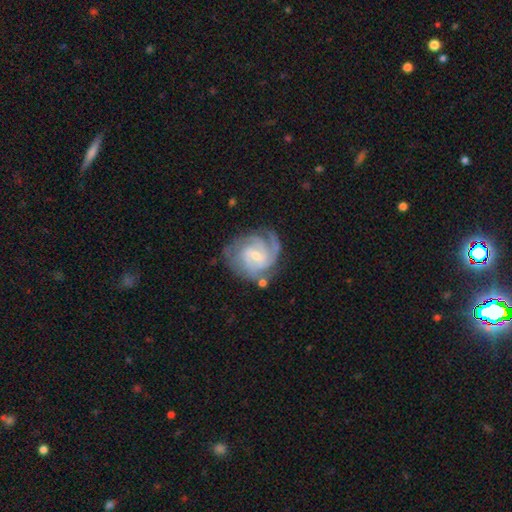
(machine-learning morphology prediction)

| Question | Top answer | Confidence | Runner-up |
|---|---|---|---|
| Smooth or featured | featured or disk | 88% | smooth (7%) |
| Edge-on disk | no | 98% | yes (2%) |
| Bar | weak | 55% | no (33%) |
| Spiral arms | yes | 97% | no (3%) |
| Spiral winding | tight | 60% | medium (35%) |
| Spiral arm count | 3 | 40% | 2 (18%) |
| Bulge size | small | 62% | moderate (34%) |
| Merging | none | 69% | minor disturbance (19%) |